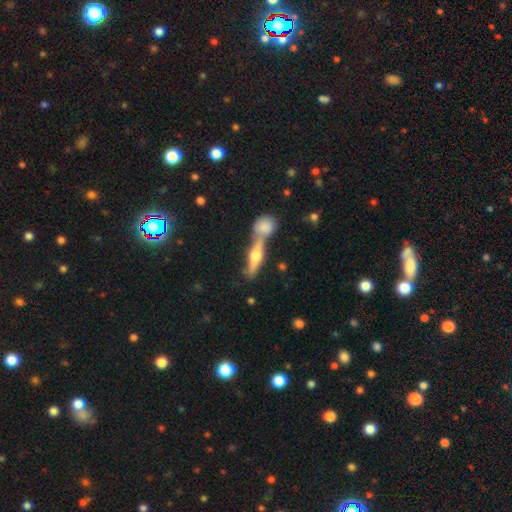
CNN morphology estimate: featured or disk 59%, smooth 34%, star or artifact 7%. Down the decision tree: edge-on disk — yes (91%); edge-on bulge — rounded (94%); merging — none (50%).